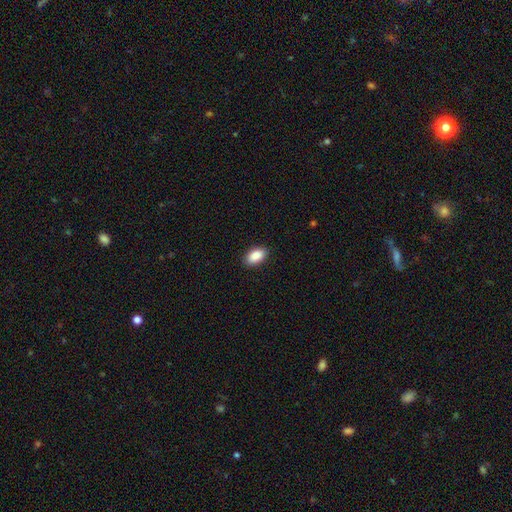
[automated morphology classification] The model was most divided on "merging": none: 89%, minor disturbance: 8%, major disturbance: 2%, merger: 1%. More confident: how rounded — in between (93%); smooth or featured — smooth (90%).